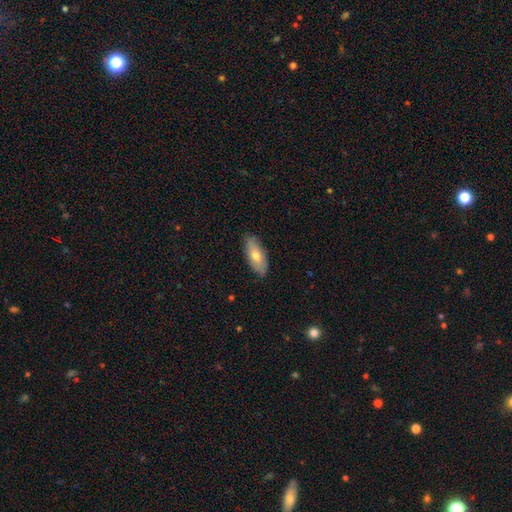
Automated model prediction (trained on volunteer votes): This appears to be a smooth galaxy with no disk features (63%) that is in between round and cigar-shaped (79%). Merging: none (87%).